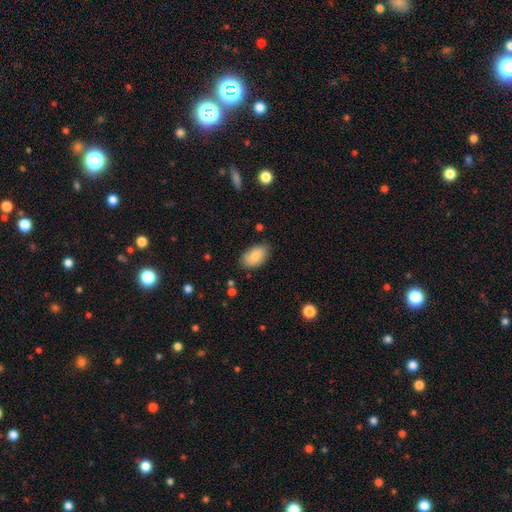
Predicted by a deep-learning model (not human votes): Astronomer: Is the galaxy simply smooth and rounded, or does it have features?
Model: smooth — 82%.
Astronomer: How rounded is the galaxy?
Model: in between — 93%.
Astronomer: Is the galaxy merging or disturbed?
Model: none — 79%.